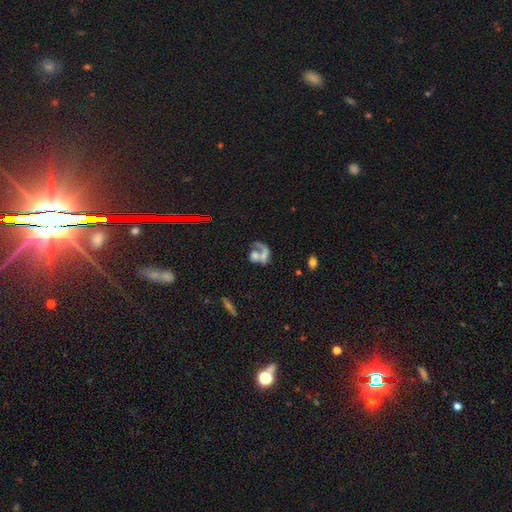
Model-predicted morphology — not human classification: A featured or disk galaxy (49%).

Vote fractions:
- Smooth or featured? featured or disk: 49% / smooth: 37% / star or artifact: 14%
- Merging? merger: 51% / none: 21% / major disturbance: 20% / minor disturbance: 9%